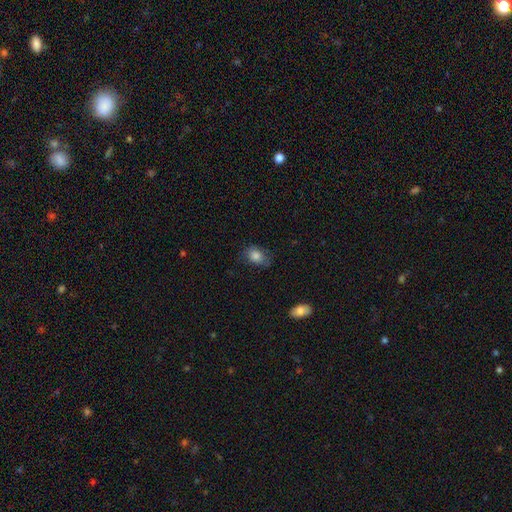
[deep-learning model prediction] Smooth or featured?
  - smooth: 83% *
  - featured or disk: 9%
  - star or artifact: 9%
How rounded?
  - in between: 75% *
  - round: 24%
  - cigar-shaped: 1%
Merging?
  - none: 67% *
  - minor disturbance: 25%
  - major disturbance: 7%
  - merger: 1%